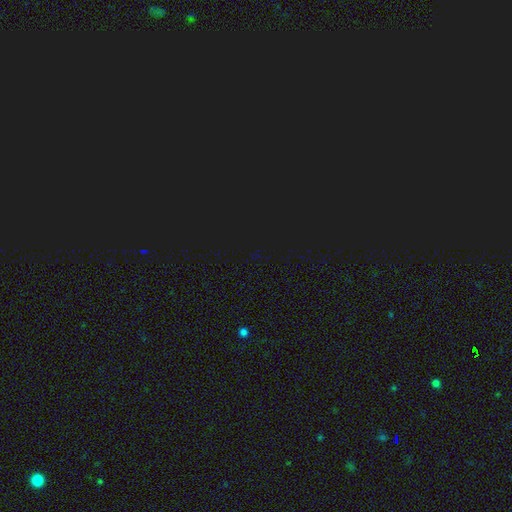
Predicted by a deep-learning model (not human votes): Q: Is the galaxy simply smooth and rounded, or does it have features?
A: star or artifact — 79%.